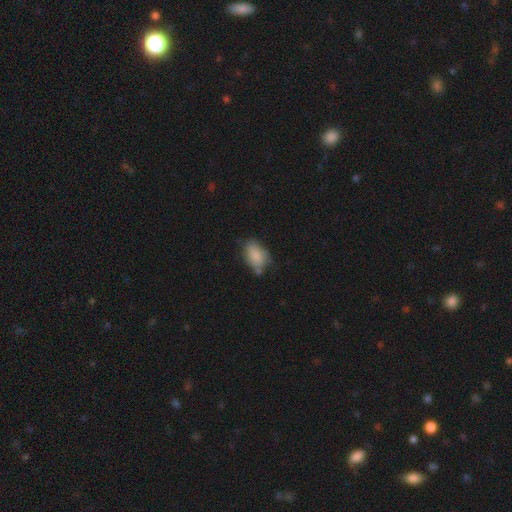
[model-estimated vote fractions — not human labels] Q: Smooth or featured?
A: smooth (82%); runner-up: featured or disk (11%)
Q: How rounded?
A: in between (90%); runner-up: round (7%)
Q: Merging?
A: none (54%); runner-up: minor disturbance (31%)